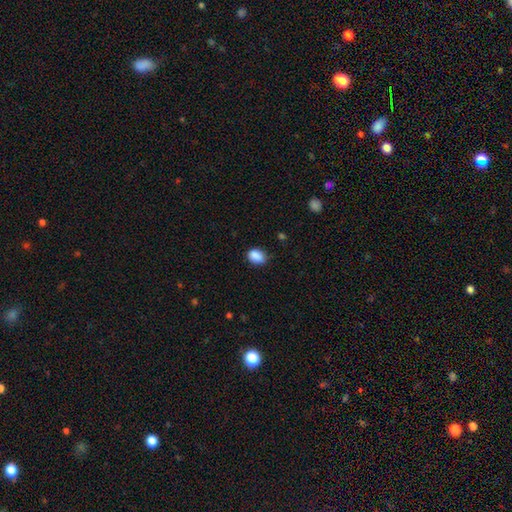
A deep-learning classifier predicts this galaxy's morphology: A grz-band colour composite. It shows a smooth galaxy with no disk features (88%) that is in between round and cigar-shaped (71%). Merging: none (79%).